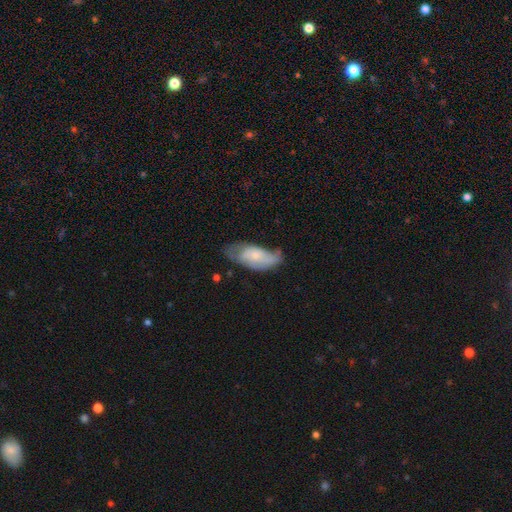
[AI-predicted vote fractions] Smooth or featured: smooth — 53% (featured or disk — 40%)
How rounded: in between — 83% (cigar-shaped — 14%)
Merging: none — 41% (minor disturbance — 37%)